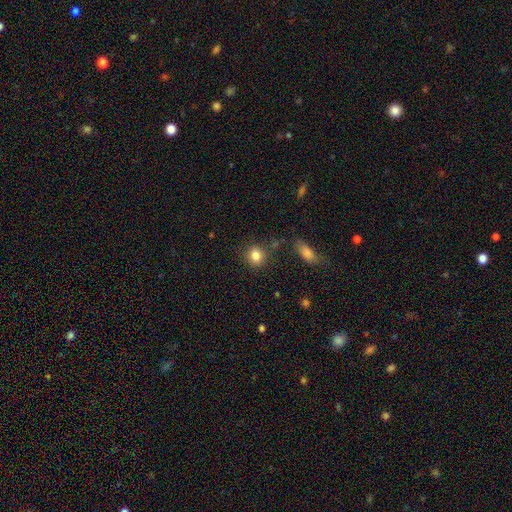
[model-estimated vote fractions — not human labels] Overall: smooth (84%). How rounded: round (81%). Merging: none (82%).